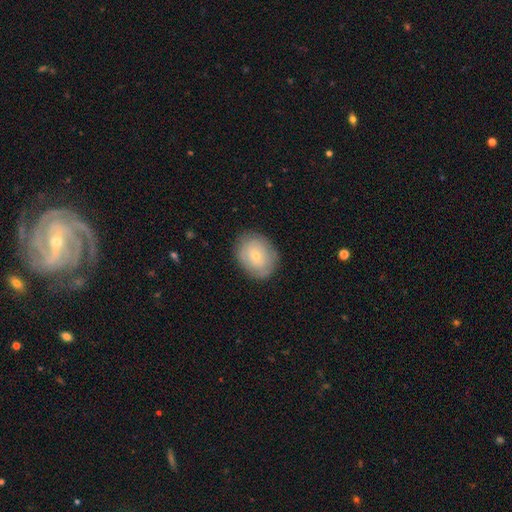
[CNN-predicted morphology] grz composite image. It shows a smooth galaxy with no disk features (64%) that is in between round and cigar-shaped (52%). Merging: none (82%).